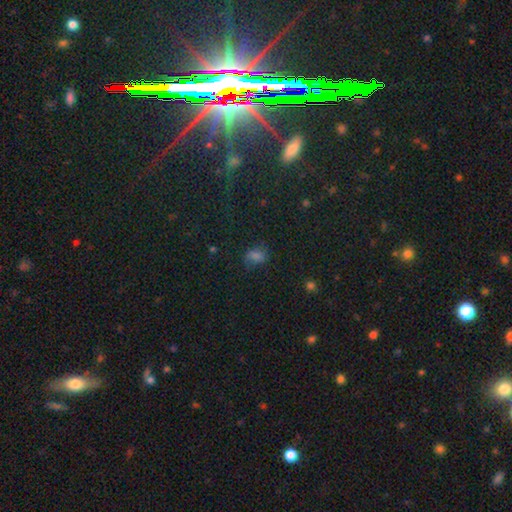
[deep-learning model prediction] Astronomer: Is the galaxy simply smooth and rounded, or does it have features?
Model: smooth — 59%.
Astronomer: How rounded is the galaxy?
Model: in between — 70%.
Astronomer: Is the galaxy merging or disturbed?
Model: none — 62%.